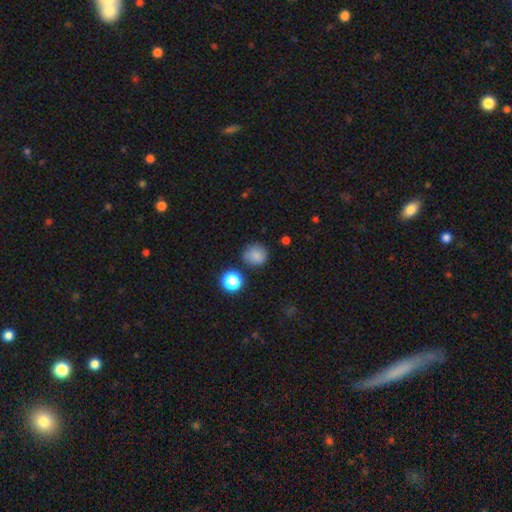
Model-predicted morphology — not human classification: Overall: smooth (82%). How rounded: round (88%). Merging: none (76%).